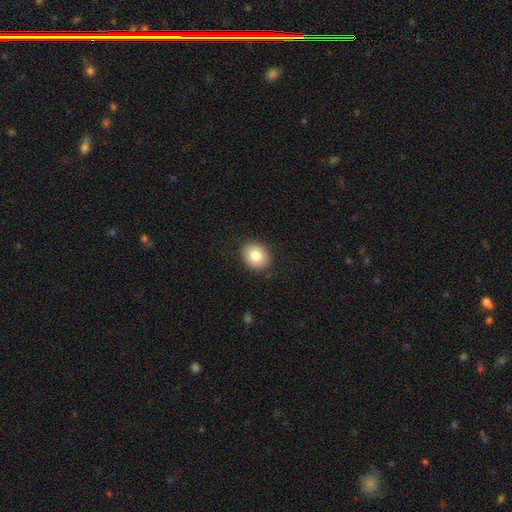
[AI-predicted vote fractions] smooth-or-featured: smooth: 81% | featured or disk: 11% | star or artifact: 8%
  how-rounded: round: 57% | in between: 42% | cigar-shaped: 1%
  merging: none: 88% | minor disturbance: 9% | major disturbance: 2% | merger: 1%